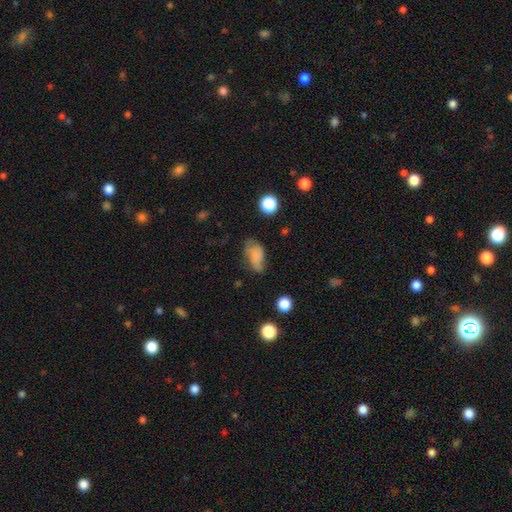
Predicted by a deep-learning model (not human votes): Smooth or featured? smooth (65%)
How rounded? in between (88%)
Merging? none (39%)